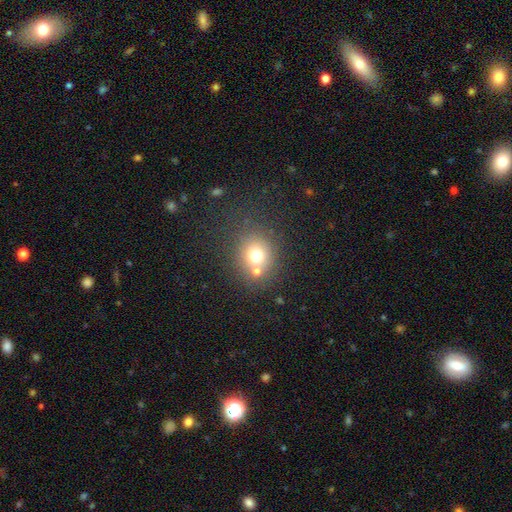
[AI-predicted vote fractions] A smooth galaxy with no disk features (70%) that is round (77%).

Vote fractions:
- Smooth or featured? smooth: 70% / star or artifact: 16% / featured or disk: 14%
- How rounded? round: 77% / in between: 22% / cigar-shaped: 1%
- Merging? none: 63% / merger: 23% / minor disturbance: 10% / major disturbance: 4%